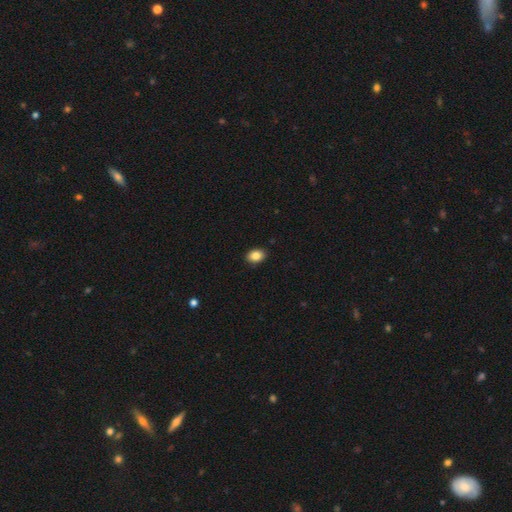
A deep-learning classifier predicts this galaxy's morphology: Smooth or featured: smooth — 86% (star or artifact — 9%)
How rounded: in between — 71% (round — 28%)
Merging: none — 90% (minor disturbance — 8%)